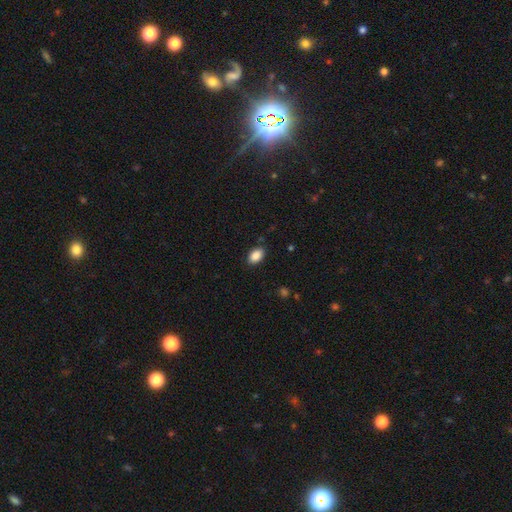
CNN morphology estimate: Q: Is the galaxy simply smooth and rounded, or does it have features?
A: smooth — 88%.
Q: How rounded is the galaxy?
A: in between — 89%.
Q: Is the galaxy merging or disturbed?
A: none — 86%.